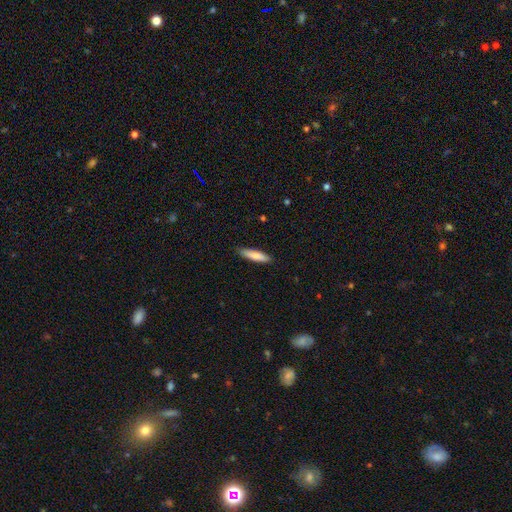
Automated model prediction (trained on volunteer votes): A smooth galaxy with no disk features (78%) that is cigar-shaped (74%).

Vote fractions:
- Smooth or featured? smooth: 78% / featured or disk: 17% / star or artifact: 6%
- How rounded? cigar-shaped: 74% / in between: 25% / round: 1%
- Merging? none: 89% / minor disturbance: 9% / major disturbance: 2% / merger: 1%